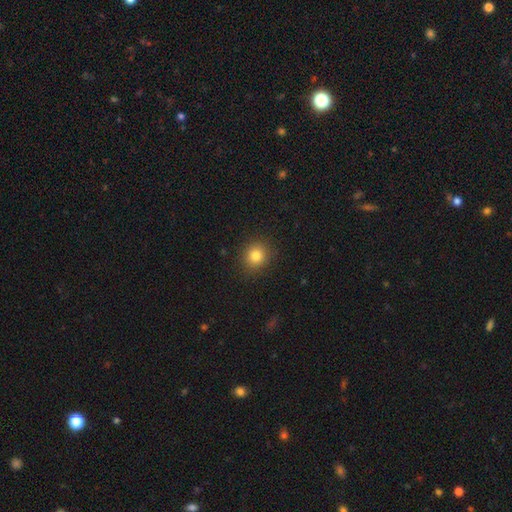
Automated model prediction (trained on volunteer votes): Morphology: type=smooth (82%); roundness=round (85%); merging=none (90%).